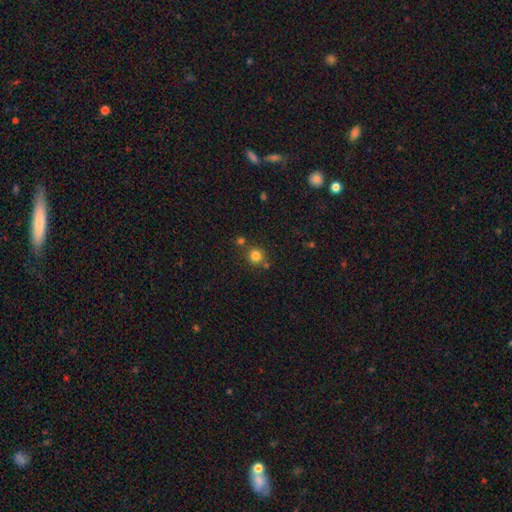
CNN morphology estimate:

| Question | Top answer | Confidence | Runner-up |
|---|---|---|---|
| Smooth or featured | smooth | 81% | star or artifact (14%) |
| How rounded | round | 90% | in between (9%) |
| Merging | none | 75% | merger (13%) |